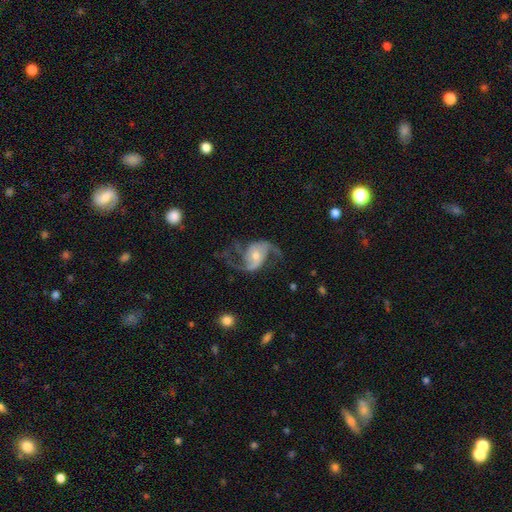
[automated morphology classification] Q: Smooth or featured?
A: featured or disk (87%); runner-up: smooth (7%)
Q: Edge-on disk?
A: no (97%); runner-up: yes (3%)
Q: Bar?
A: no (46%); runner-up: weak (37%)
Q: Spiral arms?
A: yes (96%); runner-up: no (4%)
Q: Spiral winding?
A: loose (66%); runner-up: medium (29%)
Q: Spiral arm count?
A: 2 (89%); runner-up: 3 (3%)
Q: Bulge size?
A: moderate (50%); runner-up: small (42%)
Q: Merging?
A: none (61%); runner-up: major disturbance (20%)